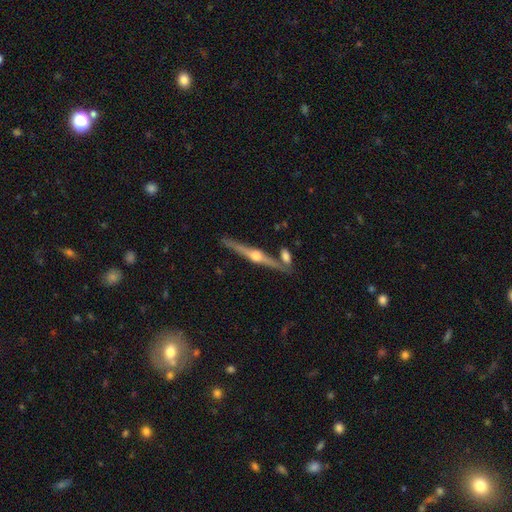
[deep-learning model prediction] Morphology: type=featured or disk (85%); edge-on=yes (98%); edge-on bulge=rounded (95%); merging=none (83%).